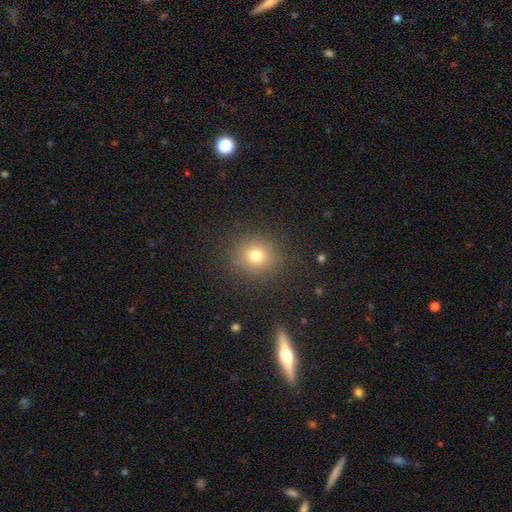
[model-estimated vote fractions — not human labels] smooth_or_featured: smooth (p=0.74) [alt: star or artifact p=0.17]
how_rounded: round (p=0.90) [alt: in between p=0.09]
merging: none (p=0.88) [alt: minor disturbance p=0.07]